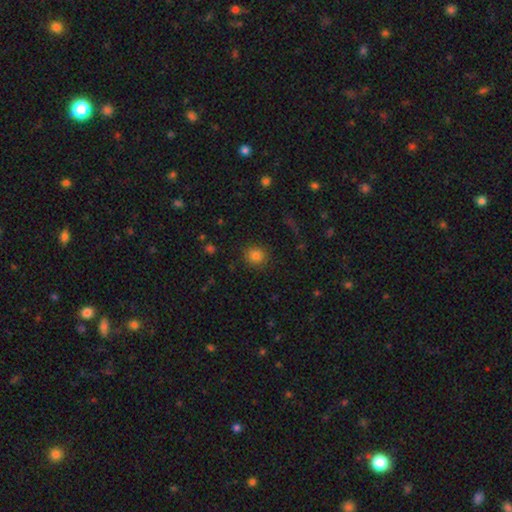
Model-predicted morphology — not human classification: smooth 82%, star or artifact 12%, featured or disk 5%. Down the decision tree: how rounded — round (88%); merging — none (88%).